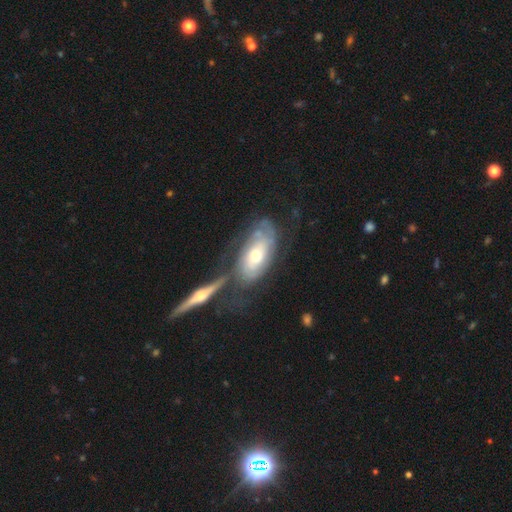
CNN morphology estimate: Overall: featured or disk (77%). Edge-on disk: no (86%). Bar: no (74%). Spiral arms: yes (85%). Spiral arm count: can't tell (52%; 2 24%). Spiral winding: tight (69%). Bulge size: moderate (66%). Merging: none (47%; merger 22%).